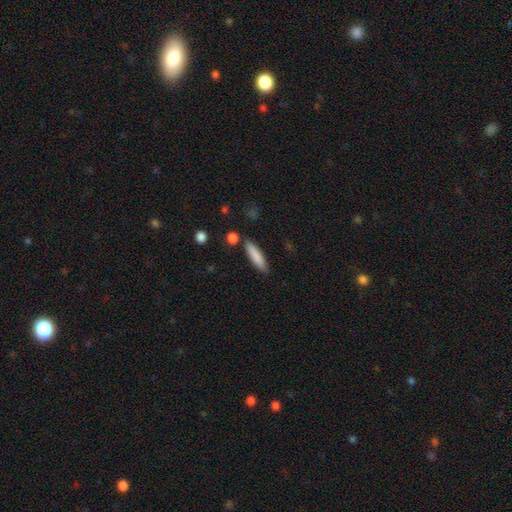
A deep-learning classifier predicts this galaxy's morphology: Smooth or featured? Predicted: smooth (p=0.85). How rounded? Predicted: cigar-shaped (p=0.78). Merging? Predicted: none (p=0.85).